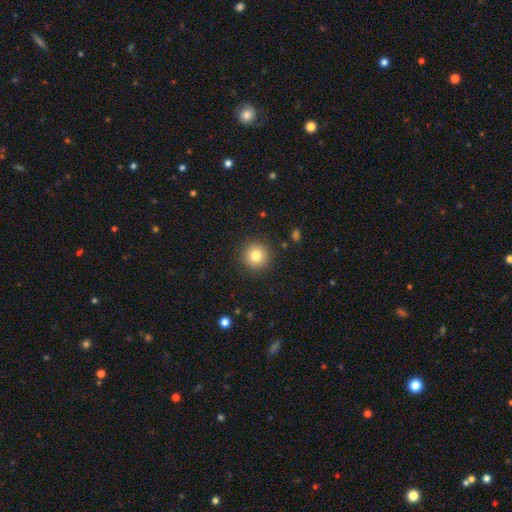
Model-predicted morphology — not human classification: Smooth or featured? Predicted: smooth (p=0.80). How rounded? Predicted: round (p=0.95). Merging? Predicted: none (p=0.90).